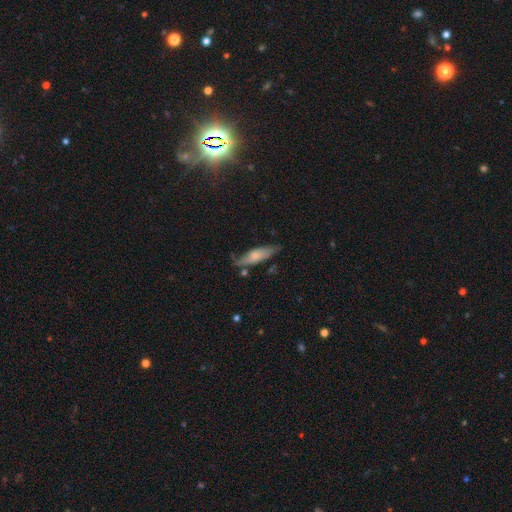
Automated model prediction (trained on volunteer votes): The model was most divided on "how rounded": cigar-shaped: 60%, in between: 38%, round: 2%. More confident: merging — none (72%); smooth or featured — smooth (62%).